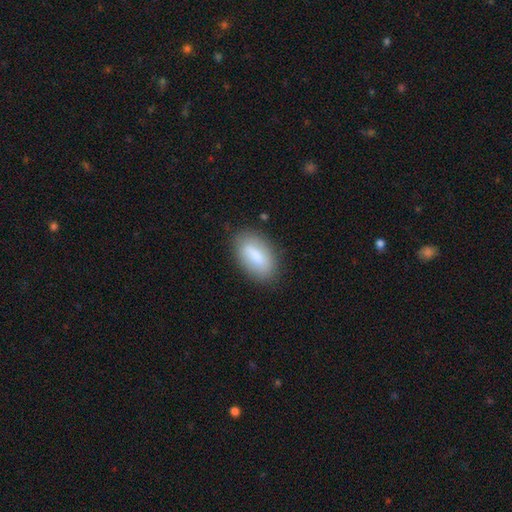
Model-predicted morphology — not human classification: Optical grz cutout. It shows a smooth galaxy with no disk features (75%) that is in between round and cigar-shaped (91%). Merging: none (80%).